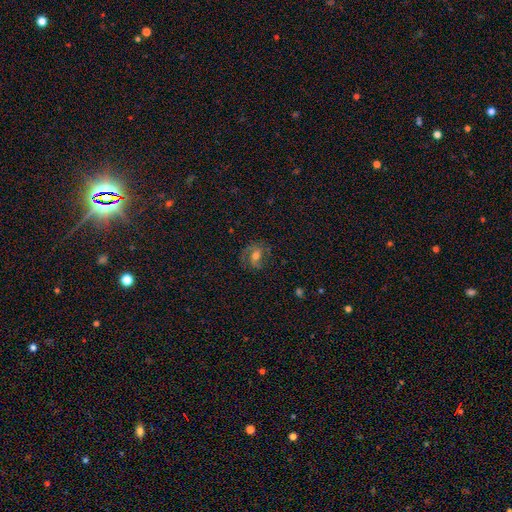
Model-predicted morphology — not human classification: This is likely a featured or disk galaxy (67%). It is clearly not viewed edge-on (97%). Bar: marginally no (42%). Spiral arm pattern: clearly yes (90%). Spiral arm count: clearly 2 (80%). Spiral winding: possibly medium (51%). Central bulge: likely moderate (65%). Merging: likely none (73%).